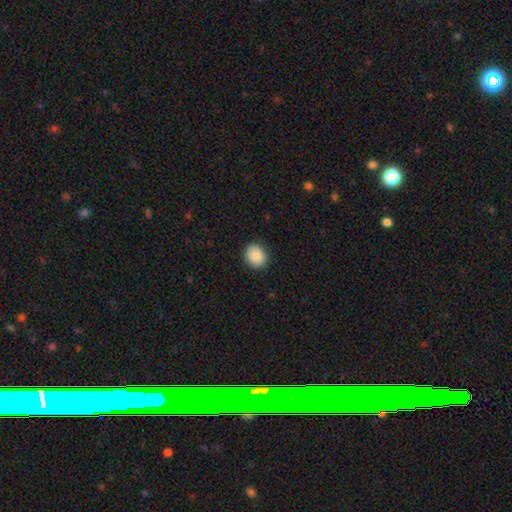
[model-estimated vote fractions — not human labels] The model was most divided on "how rounded": round: 67%, in between: 32%, cigar-shaped: 1%. More confident: smooth or featured — smooth (88%); merging — none (88%).